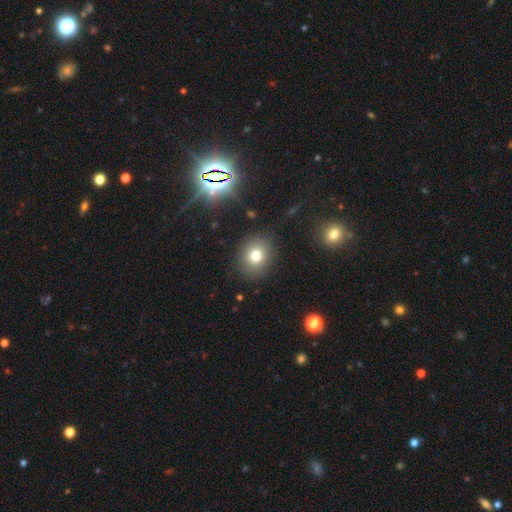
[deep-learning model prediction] Smooth or featured: smooth — 76% (star or artifact — 14%)
How rounded: round — 72% (in between — 27%)
Merging: none — 87% (minor disturbance — 8%)